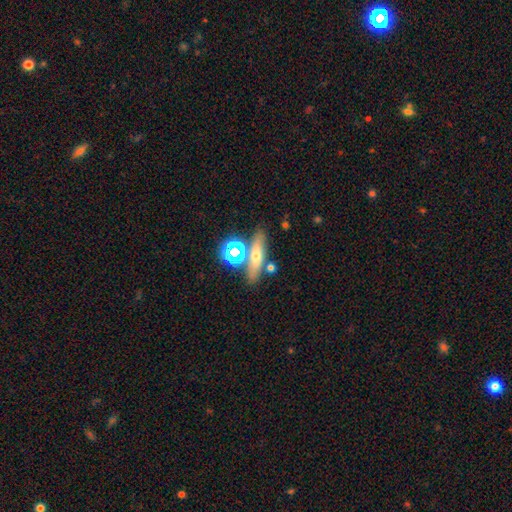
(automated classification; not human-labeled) Smooth or featured? smooth (43%)
Merging? none (70%)